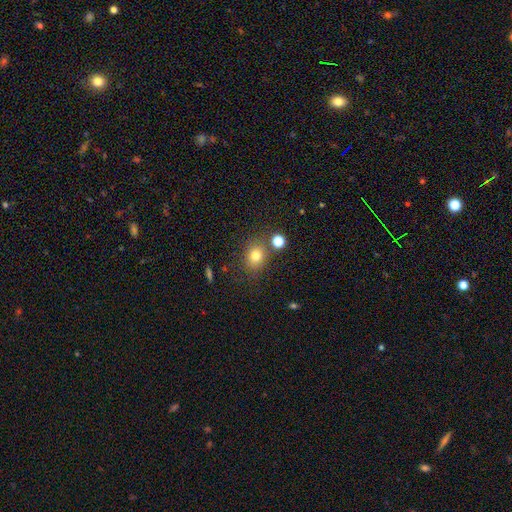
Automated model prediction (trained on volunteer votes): The model was most divided on "how rounded": round: 61%, in between: 38%, cigar-shaped: 1%. More confident: smooth or featured — smooth (77%); merging — none (75%).